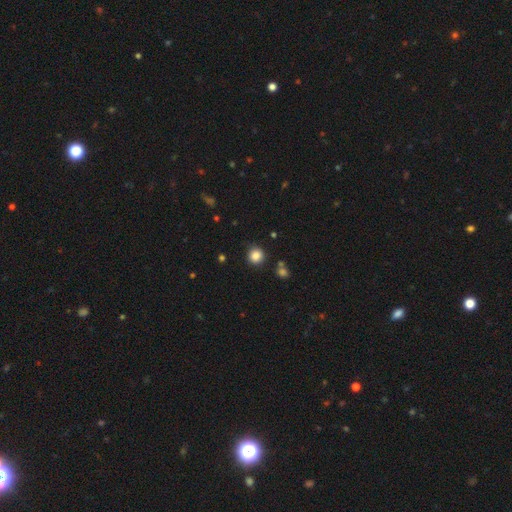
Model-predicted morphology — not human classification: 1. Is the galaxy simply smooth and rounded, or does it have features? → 84% smooth, 11% star or artifact, 4% featured or disk.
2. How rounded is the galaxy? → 92% round, 7% in between, 1% cigar-shaped.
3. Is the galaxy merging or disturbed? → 87% none, 7% minor disturbance, 3% merger, 2% major disturbance.